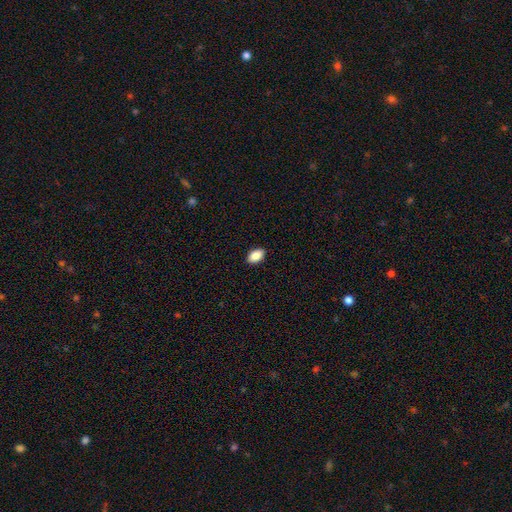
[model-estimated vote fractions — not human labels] This is clearly a smooth galaxy (89%). How rounded: clearly in between (91%). Merging: clearly none (90%).